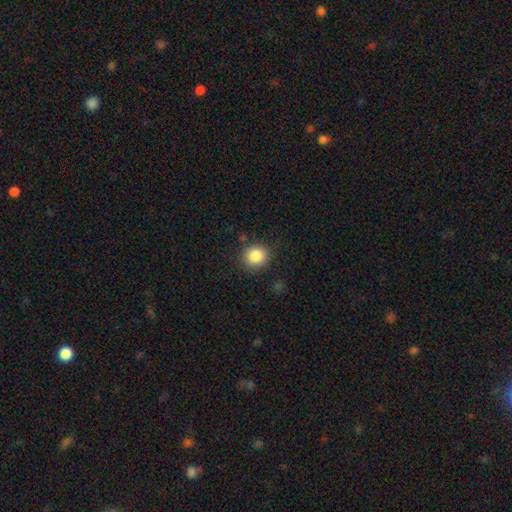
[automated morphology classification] This is clearly a smooth galaxy (85%). How rounded: clearly round (84%). Merging: clearly none (85%).